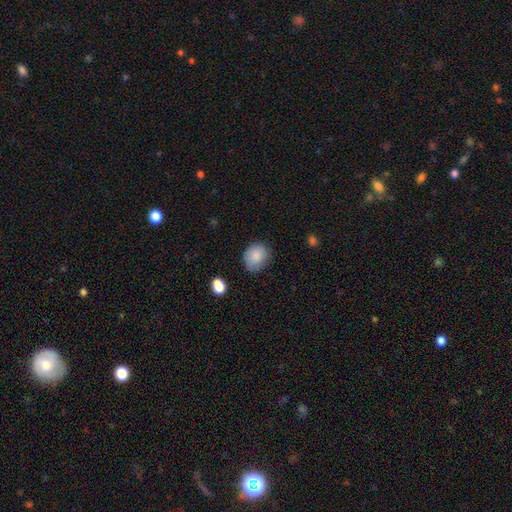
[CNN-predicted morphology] Smooth or featured? smooth (86%)
How rounded? round (64%)
Merging? none (76%)